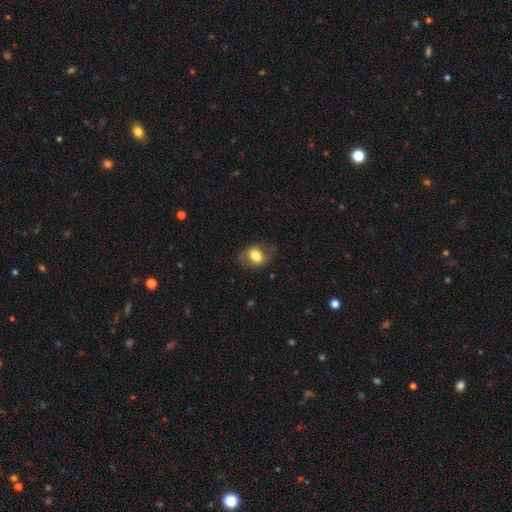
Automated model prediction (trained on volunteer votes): The model was most divided on "how rounded": in between: 64%, round: 35%, cigar-shaped: 1%. More confident: merging — none (72%); smooth or featured — smooth (69%).